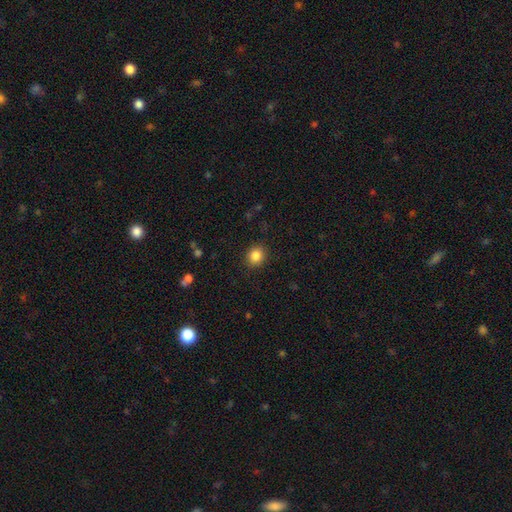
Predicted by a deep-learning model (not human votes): Smooth or featured: smooth — 85% (star or artifact — 10%)
How rounded: round — 77% (in between — 23%)
Merging: none — 89% (minor disturbance — 8%)